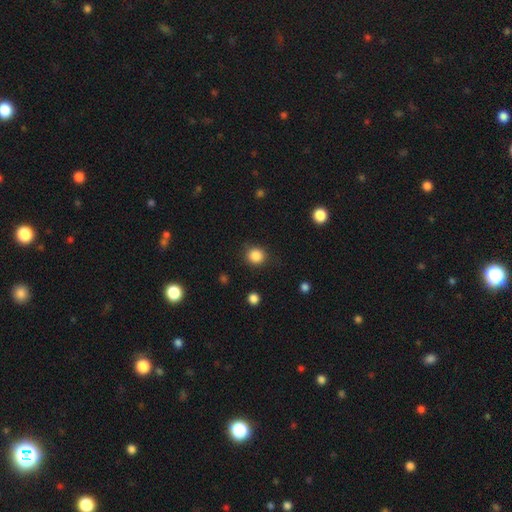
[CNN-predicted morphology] smooth 86%, star or artifact 10%, featured or disk 4%. Down the decision tree: how rounded — round (90%); merging — none (87%).